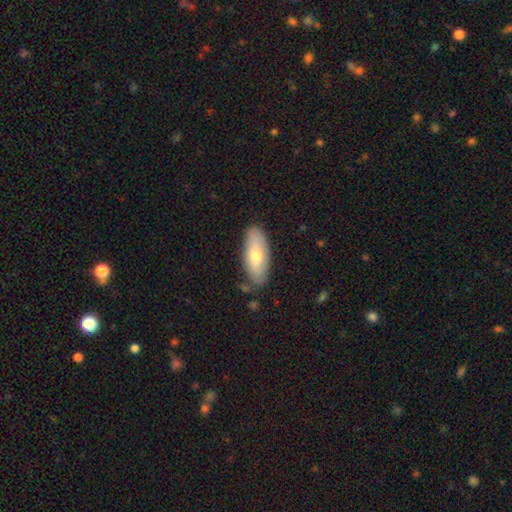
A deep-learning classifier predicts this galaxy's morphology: Smooth or featured? Predicted: smooth (p=0.69). How rounded? Predicted: in between (p=0.81). Merging? Predicted: none (p=0.79).